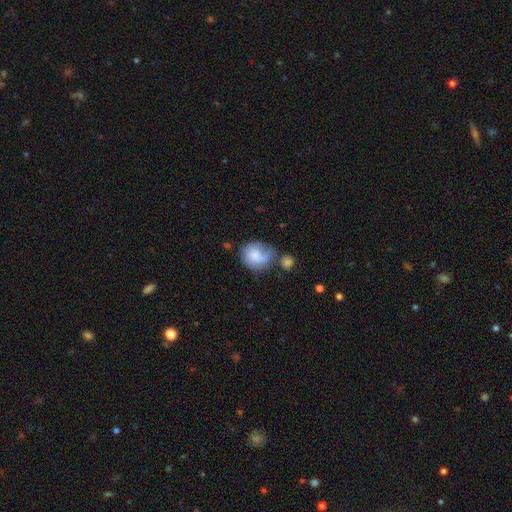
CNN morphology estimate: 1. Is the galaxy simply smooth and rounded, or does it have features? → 70% smooth, 23% featured or disk, 8% star or artifact.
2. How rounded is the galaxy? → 67% round, 32% in between, 1% cigar-shaped.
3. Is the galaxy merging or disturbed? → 38% none, 27% minor disturbance, 18% merger, 17% major disturbance.